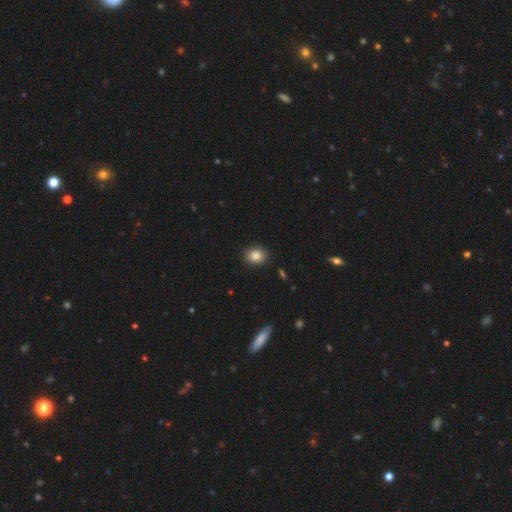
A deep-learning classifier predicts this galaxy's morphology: A smooth galaxy with no disk features (84%) that is round (54%). Merging: none (90%).